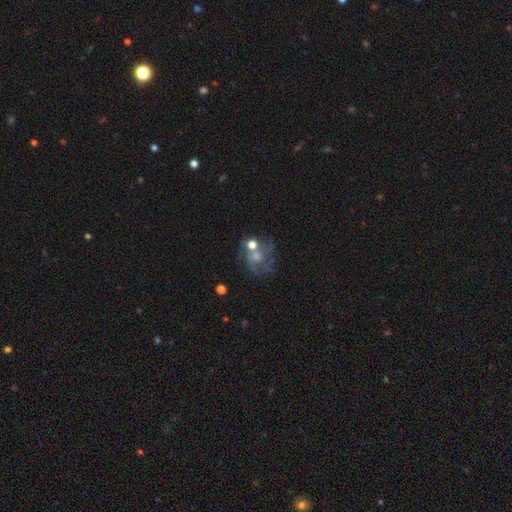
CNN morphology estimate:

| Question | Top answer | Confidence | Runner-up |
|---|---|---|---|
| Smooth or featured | featured or disk | 61% | smooth (21%) |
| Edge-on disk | no | 98% | yes (2%) |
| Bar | no | 76% | weak (20%) |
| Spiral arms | yes | 68% | no (32%) |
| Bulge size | moderate | 45% | small (36%) |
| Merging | none | 49% | major disturbance (19%) |